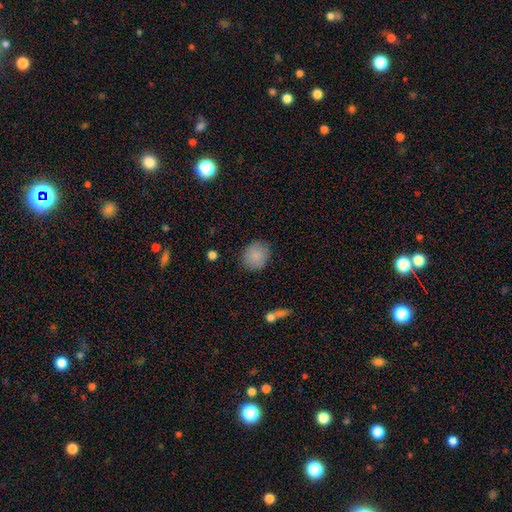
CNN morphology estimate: A smooth galaxy with no disk features (86%) that is round (78%). Merging: none (86%).